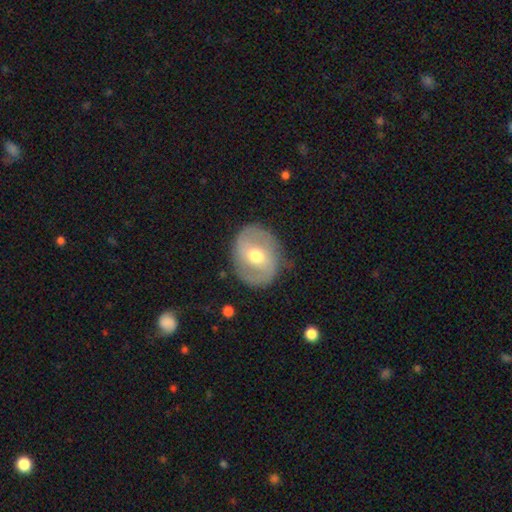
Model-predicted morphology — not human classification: This appears to be a featured or disk galaxy (63%) with a weak bar (44%), spiral arms (66%) and a moderate central bulge (77%). Merging: none (82%).